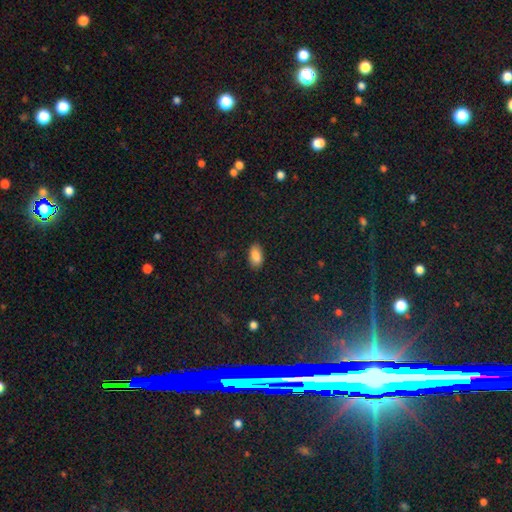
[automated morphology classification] A smooth galaxy with no disk features (87%) that is in between round and cigar-shaped (93%). Merging: none (87%).